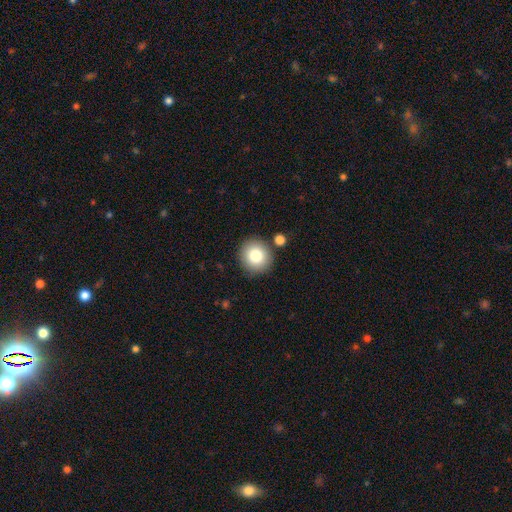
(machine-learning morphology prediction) type=smooth (82%); roundness=round (91%); merging=none (86%).